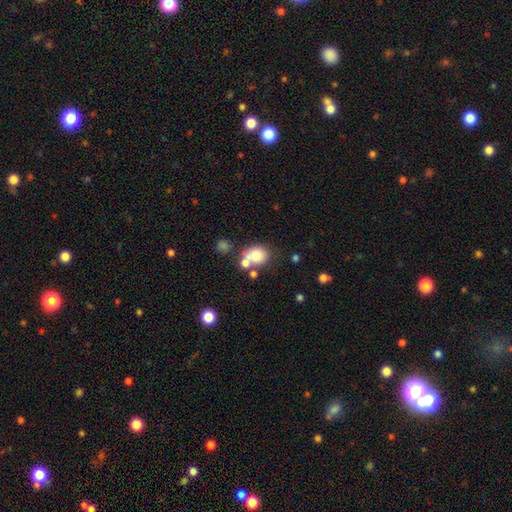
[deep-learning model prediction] This appears to be a smooth galaxy with no disk features (72%) that is round (67%). Merging: none (43%).